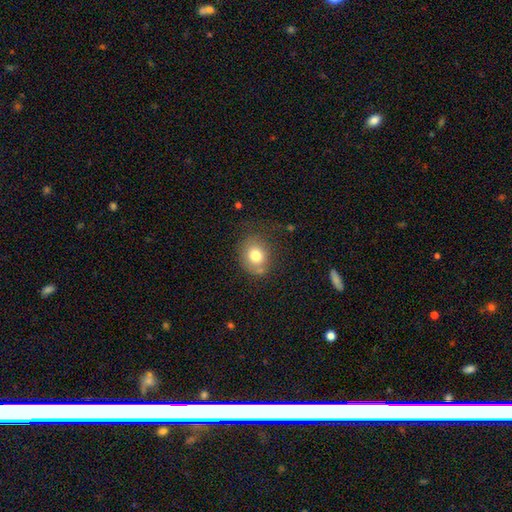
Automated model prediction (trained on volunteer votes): A smooth galaxy with no disk features (77%) that is round (61%).

Vote fractions:
- Smooth or featured? smooth: 77% / featured or disk: 13% / star or artifact: 10%
- How rounded? round: 61% / in between: 38% / cigar-shaped: 1%
- Merging? none: 65% / minor disturbance: 22% / major disturbance: 9% / merger: 4%